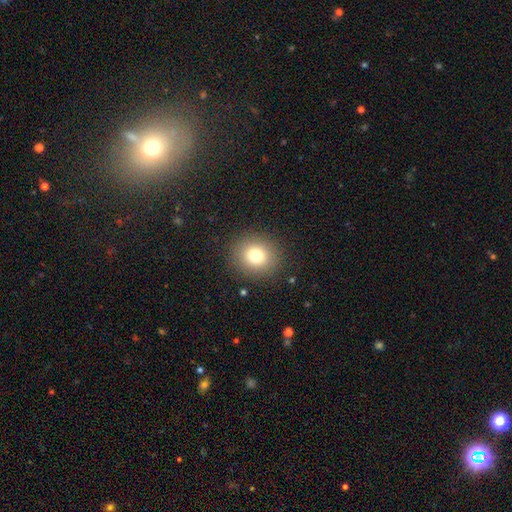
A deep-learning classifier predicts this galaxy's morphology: smooth 78%, star or artifact 12%, featured or disk 10%. Down the decision tree: how rounded — round (83%); merging — none (88%).